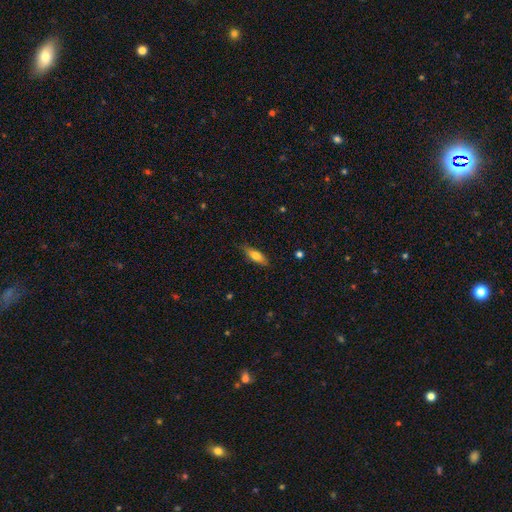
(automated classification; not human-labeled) Morphology: type=smooth (73%); roundness=in between (57%); merging=none (81%).